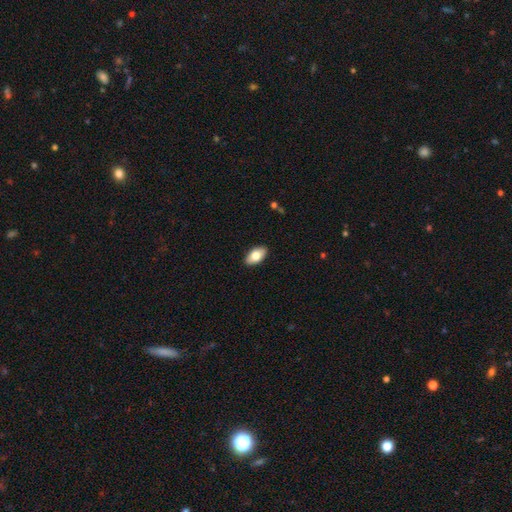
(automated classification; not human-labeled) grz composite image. It shows a smooth galaxy with no disk features (80%) that is in between round and cigar-shaped (93%). Merging: none (90%).